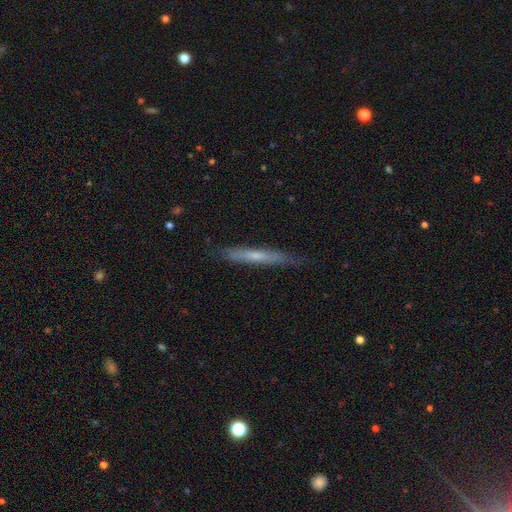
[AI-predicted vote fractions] This appears to be a featured or disk galaxy (47%). Merging: none (82%).